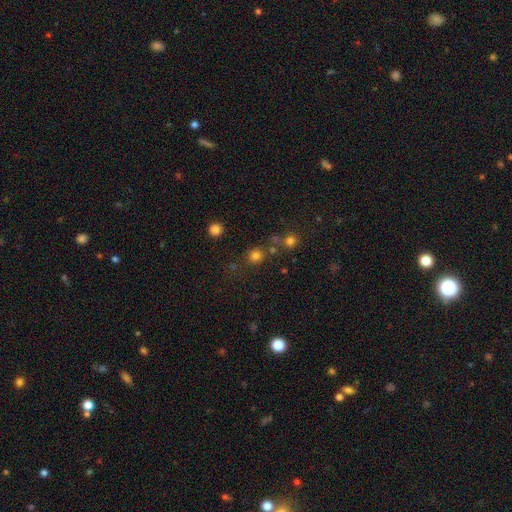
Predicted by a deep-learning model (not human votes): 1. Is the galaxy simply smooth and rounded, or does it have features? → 76% smooth, 18% star or artifact, 5% featured or disk.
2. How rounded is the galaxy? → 87% round, 12% in between, 1% cigar-shaped.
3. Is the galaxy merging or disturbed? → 76% none, 10% merger, 10% minor disturbance, 4% major disturbance.